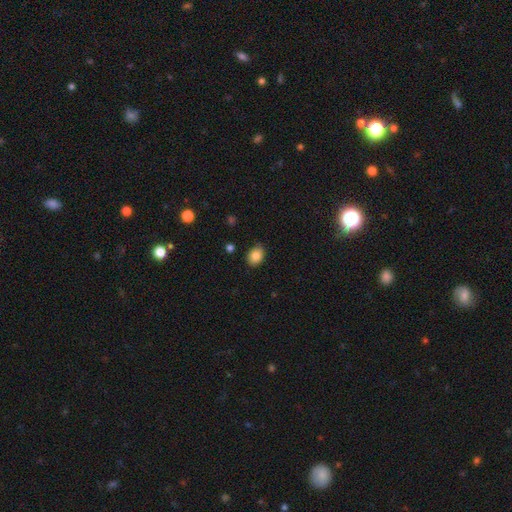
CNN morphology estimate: The model was most divided on "how rounded": in between: 67%, round: 32%, cigar-shaped: 1%. More confident: smooth or featured — smooth (84%); merging — none (82%).